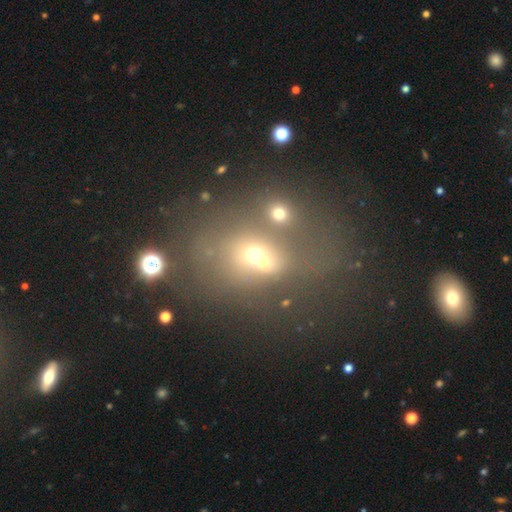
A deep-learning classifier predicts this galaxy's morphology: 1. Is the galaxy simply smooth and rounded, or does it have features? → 44% smooth, 29% featured or disk, 27% star or artifact.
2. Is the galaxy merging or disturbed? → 43% merger, 28% none, 16% major disturbance, 12% minor disturbance.